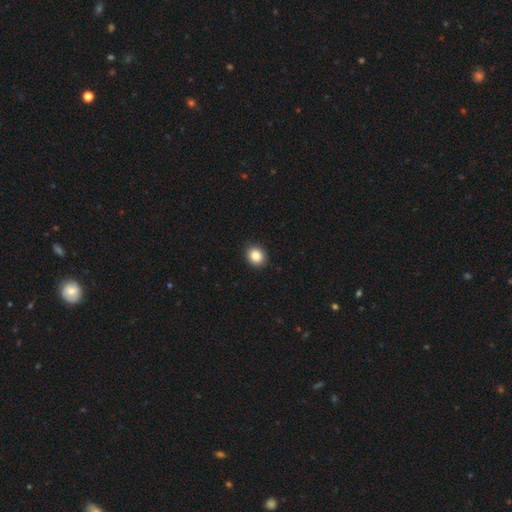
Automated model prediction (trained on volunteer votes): smooth 85%, star or artifact 9%, featured or disk 5%. Down the decision tree: how rounded — round (63%); merging — none (91%).